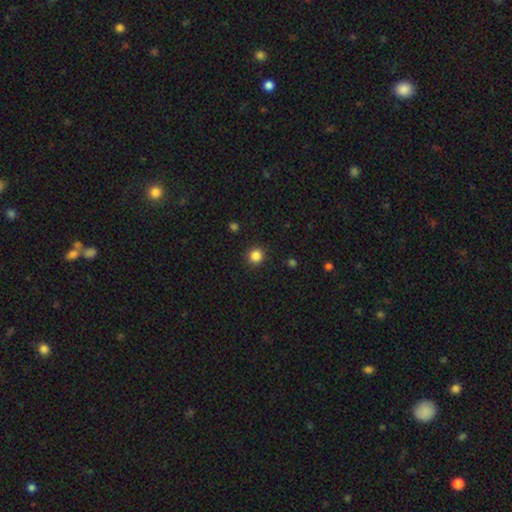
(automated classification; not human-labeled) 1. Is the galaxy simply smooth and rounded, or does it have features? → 86% smooth, 11% star or artifact, 3% featured or disk.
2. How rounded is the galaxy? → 93% round, 6% in between, 1% cigar-shaped.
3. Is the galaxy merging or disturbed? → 92% none, 5% minor disturbance, 2% major disturbance, 1% merger.